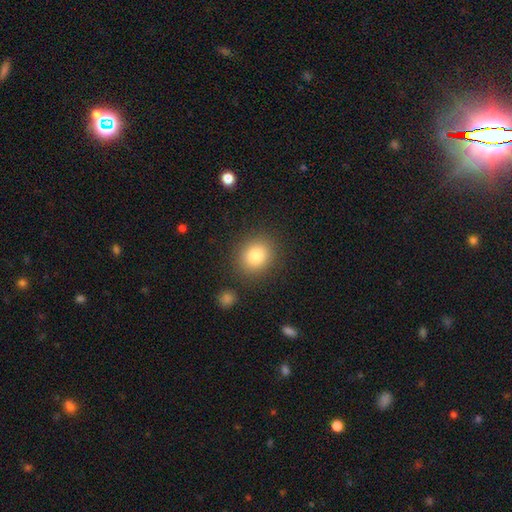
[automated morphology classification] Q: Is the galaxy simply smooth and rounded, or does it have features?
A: smooth — 81%.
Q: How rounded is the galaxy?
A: round — 79%.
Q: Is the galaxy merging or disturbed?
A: none — 86%.